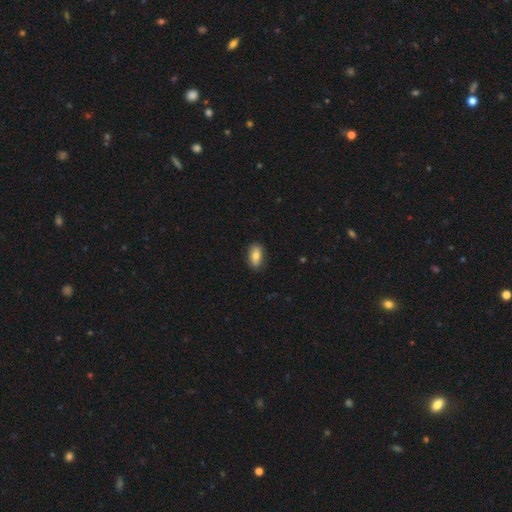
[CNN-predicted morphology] A smooth galaxy with no disk features (74%) that is in between round and cigar-shaped (89%). Merging: none (84%).